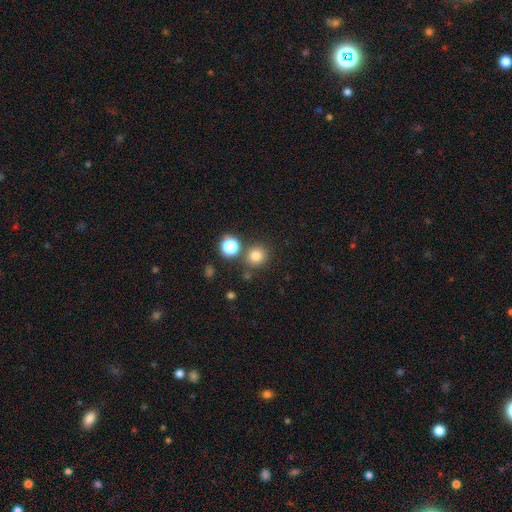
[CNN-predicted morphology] This appears to be a smooth galaxy with no disk features (78%) that is round (91%). Merging: none (78%).